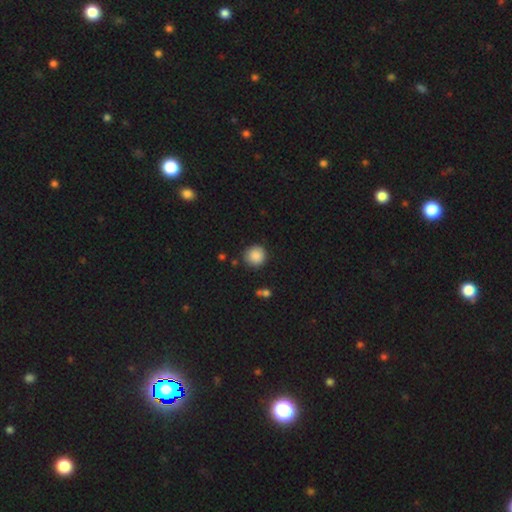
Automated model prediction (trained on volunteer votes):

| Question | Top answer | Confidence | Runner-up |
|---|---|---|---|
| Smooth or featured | smooth | 88% | star or artifact (8%) |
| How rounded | round | 93% | in between (6%) |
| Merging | none | 86% | minor disturbance (9%) |